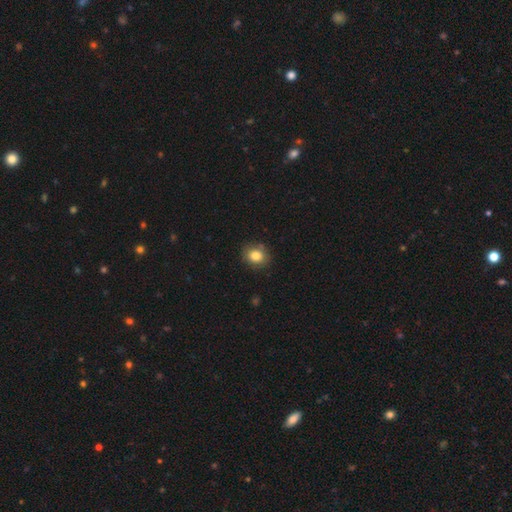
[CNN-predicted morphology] Smooth or featured?
  - smooth: 83% *
  - star or artifact: 10%
  - featured or disk: 8%
How rounded?
  - round: 71% *
  - in between: 28%
  - cigar-shaped: 1%
Merging?
  - none: 83% *
  - minor disturbance: 13%
  - major disturbance: 3%
  - merger: 2%